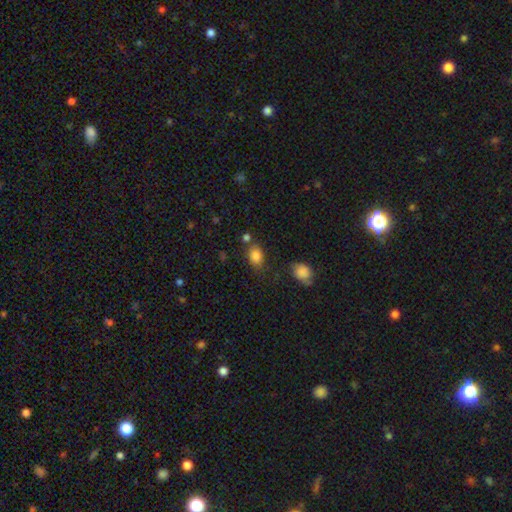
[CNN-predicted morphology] type=smooth (83%); roundness=in between (67%); merging=none (70%).